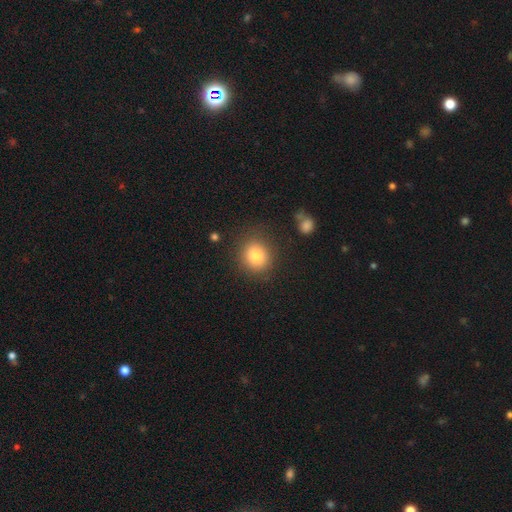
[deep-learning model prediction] The model was most divided on "how rounded": round: 80%, in between: 19%, cigar-shaped: 1%. More confident: merging — none (83%); smooth or featured — smooth (80%).